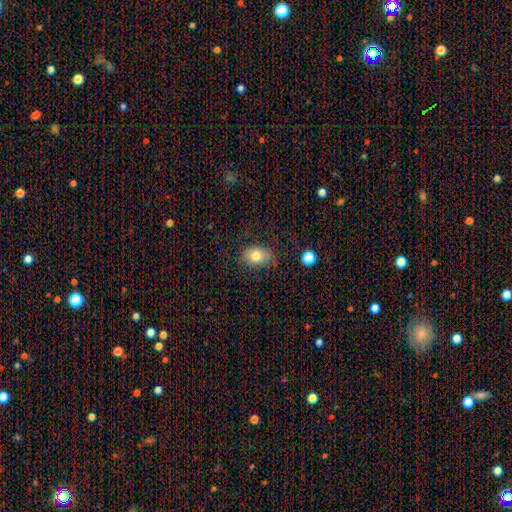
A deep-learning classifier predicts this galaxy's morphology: This appears to be a smooth galaxy with no disk features (78%) that is in between round and cigar-shaped (75%). Merging: none (75%).